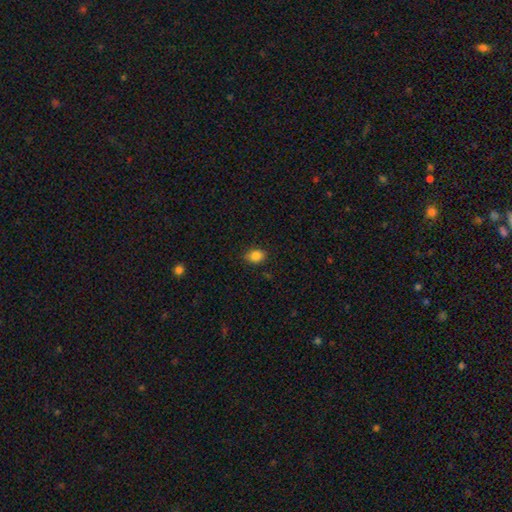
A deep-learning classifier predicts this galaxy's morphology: A smooth galaxy with no disk features (86%) that is in between round and cigar-shaped (62%).

Vote fractions:
- Smooth or featured? smooth: 86% / star or artifact: 10% / featured or disk: 4%
- How rounded? in between: 62% / round: 37% / cigar-shaped: 1%
- Merging? none: 85% / minor disturbance: 11% / major disturbance: 2% / merger: 1%